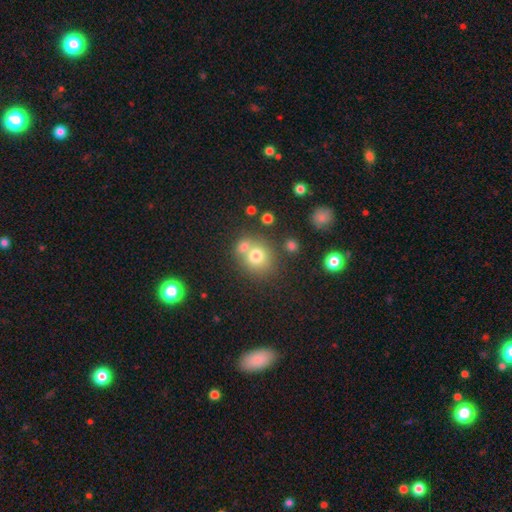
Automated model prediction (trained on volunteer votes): Overall: smooth (72%). How rounded: round (79%). Merging: none (50%; merger 37%).